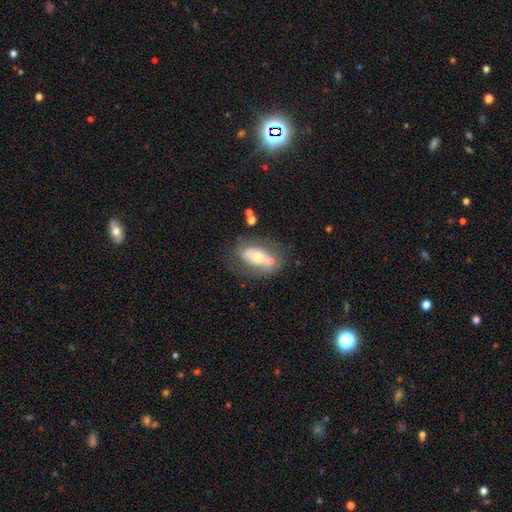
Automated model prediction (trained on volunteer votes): Overall: featured or disk (58%; smooth 27%). Edge-on disk: no (86%). Bar: no (55%; weak 27%). Spiral arms: yes (53%; no 47%). Bulge size: moderate (55%; small 36%). Merging: none (59%).